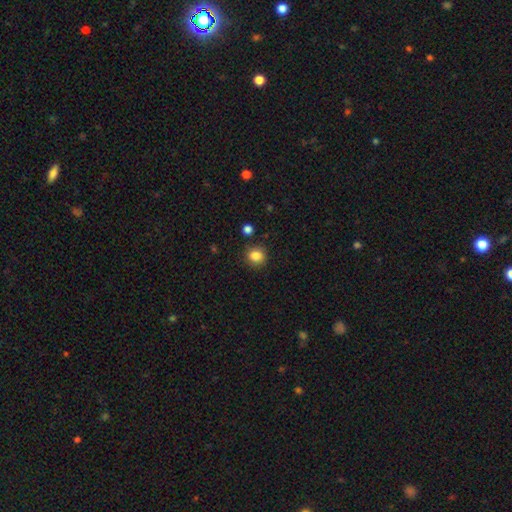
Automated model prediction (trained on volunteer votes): smooth 85%, star or artifact 11%, featured or disk 4%. Down the decision tree: how rounded — round (85%); merging — none (88%).